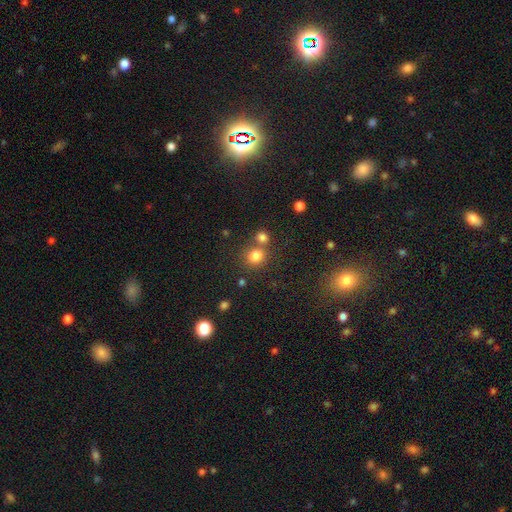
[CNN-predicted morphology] A smooth galaxy with no disk features (80%) that is round (80%).

Vote fractions:
- Smooth or featured? smooth: 80% / star or artifact: 14% / featured or disk: 6%
- How rounded? round: 80% / in between: 19% / cigar-shaped: 1%
- Merging? none: 60% / merger: 28% / minor disturbance: 8% / major disturbance: 4%